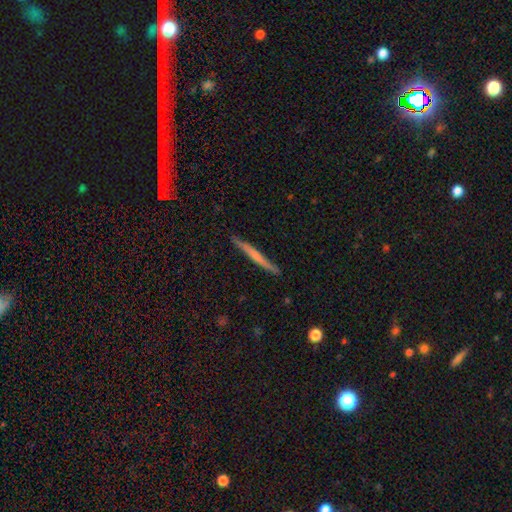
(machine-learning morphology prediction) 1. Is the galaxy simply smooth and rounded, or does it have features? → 51% smooth, 44% featured or disk, 6% star or artifact.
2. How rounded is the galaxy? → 97% cigar-shaped, 2% in between, 1% round.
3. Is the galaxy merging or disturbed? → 89% none, 8% minor disturbance, 2% major disturbance, 1% merger.